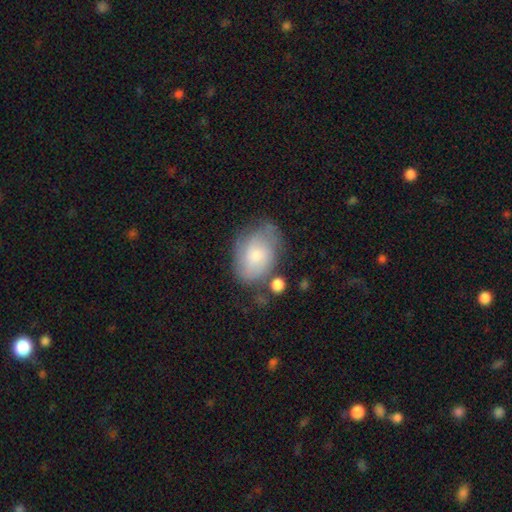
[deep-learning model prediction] smooth-or-featured: smooth: 49% | featured or disk: 43% | star or artifact: 8%
  merging: none: 52% | minor disturbance: 28% | major disturbance: 12% | merger: 7%